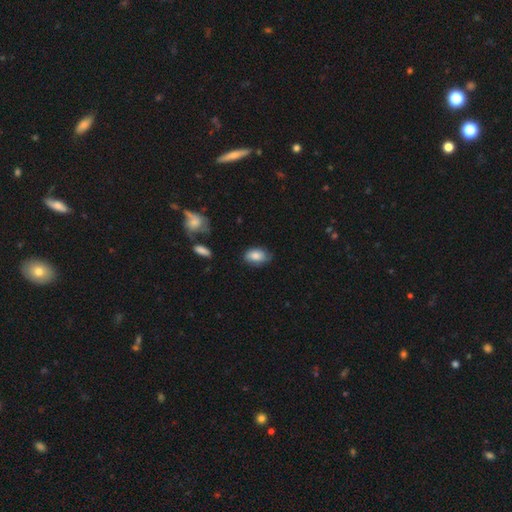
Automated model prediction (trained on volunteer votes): smooth-or-featured: smooth: 80% | featured or disk: 13% | star or artifact: 7%
  how-rounded: in between: 89% | round: 10% | cigar-shaped: 2%
  merging: none: 65% | minor disturbance: 27% | major disturbance: 6% | merger: 2%